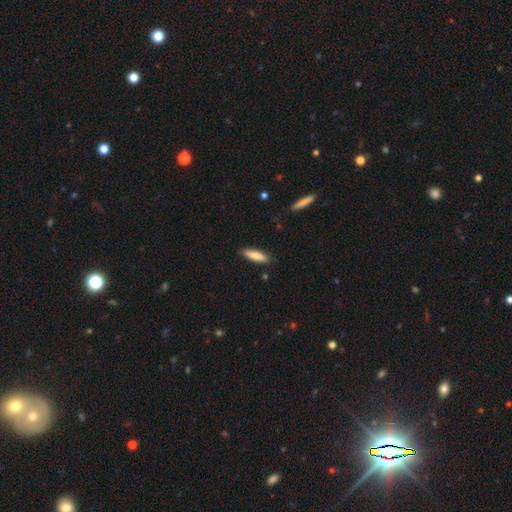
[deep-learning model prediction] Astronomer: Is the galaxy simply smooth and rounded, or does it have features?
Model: smooth — 78%.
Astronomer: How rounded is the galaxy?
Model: cigar-shaped — 63%.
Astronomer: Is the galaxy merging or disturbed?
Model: none — 86%.